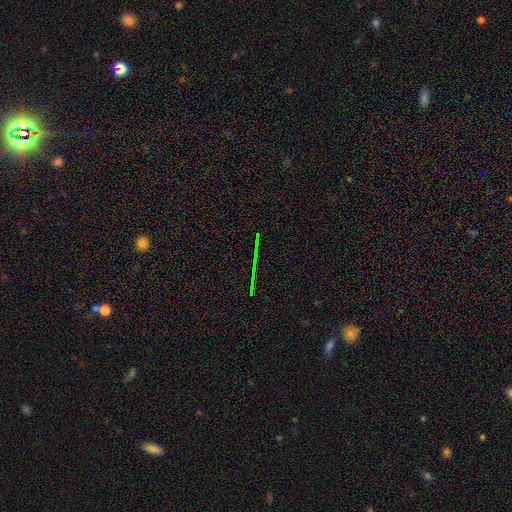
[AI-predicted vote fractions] Q: Smooth or featured?
A: star or artifact (75%); runner-up: featured or disk (14%)